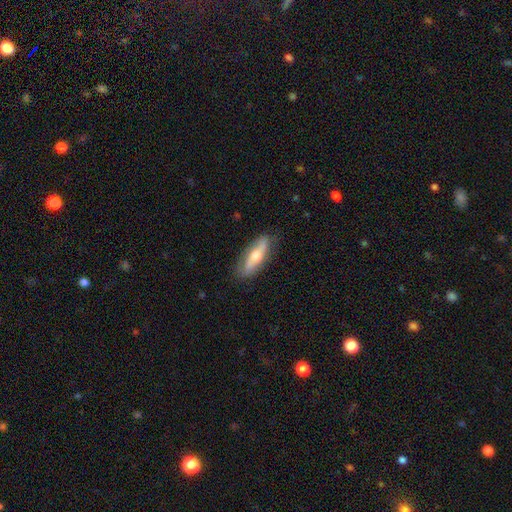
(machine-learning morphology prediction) This appears to be a featured or disk galaxy (50%) viewed edge-on (54%). Merging: none (82%).